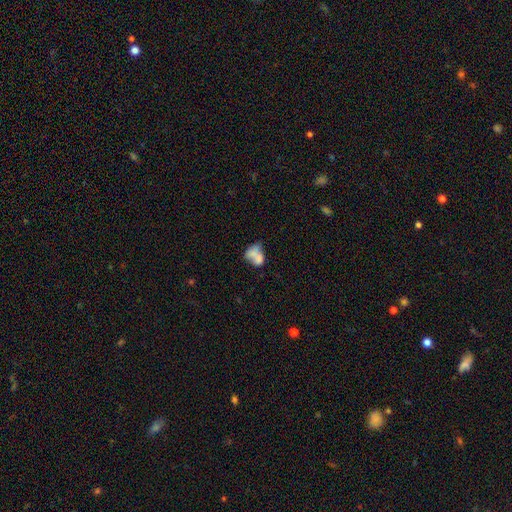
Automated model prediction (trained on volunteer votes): Smooth or featured? smooth (64%)
How rounded? in between (74%)
Merging? merger (52%)